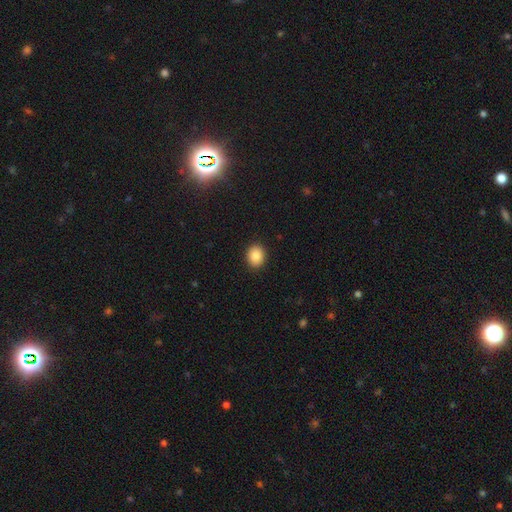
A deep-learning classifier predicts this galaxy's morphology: The model was most divided on "how rounded": round: 60%, in between: 39%, cigar-shaped: 1%. More confident: merging — none (91%); smooth or featured — smooth (88%).